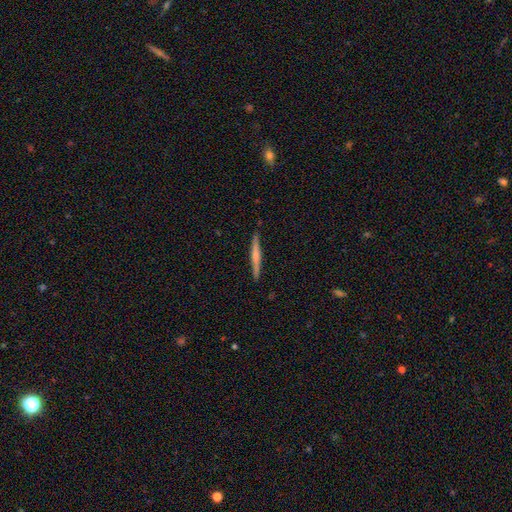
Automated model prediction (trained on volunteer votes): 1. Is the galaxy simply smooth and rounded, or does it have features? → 51% featured or disk, 44% smooth, 6% star or artifact.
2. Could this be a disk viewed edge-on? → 97% yes, 3% no.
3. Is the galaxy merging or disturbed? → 90% none, 7% minor disturbance, 1% major disturbance, 1% merger.